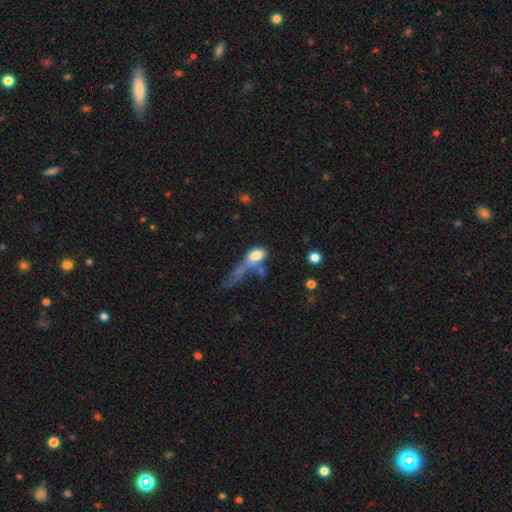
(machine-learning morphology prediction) This appears to be a smooth galaxy with no disk features (70%) that is in between round and cigar-shaped (77%). Merging: major disturbance (36%).